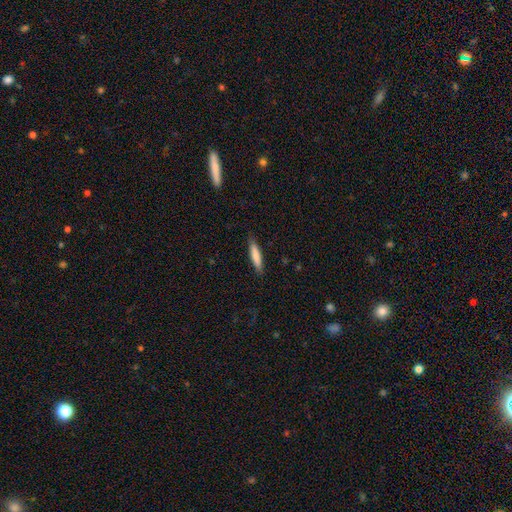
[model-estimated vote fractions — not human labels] The model was most divided on "smooth or featured": smooth: 80%, featured or disk: 14%, star or artifact: 6%. More confident: merging — none (88%); how rounded — cigar-shaped (86%).